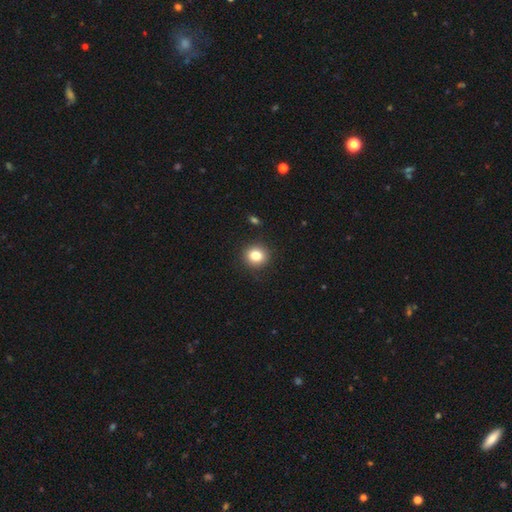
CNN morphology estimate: Q: Smooth or featured?
A: smooth (82%); runner-up: star or artifact (11%)
Q: How rounded?
A: round (86%); runner-up: in between (13%)
Q: Merging?
A: none (91%); runner-up: minor disturbance (6%)